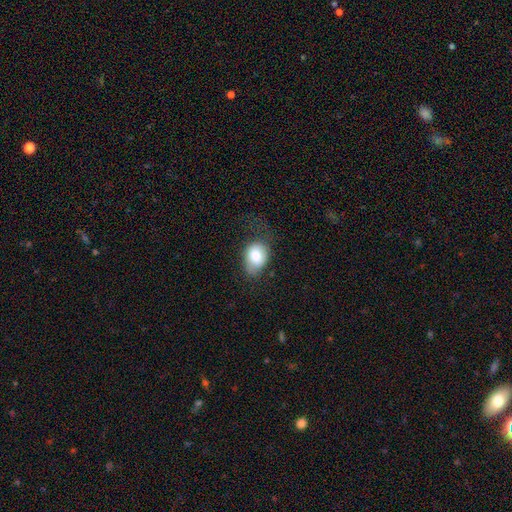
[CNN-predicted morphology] Q: Smooth or featured?
A: smooth (78%); runner-up: featured or disk (14%)
Q: How rounded?
A: in between (71%); runner-up: round (28%)
Q: Merging?
A: none (43%); runner-up: minor disturbance (33%)